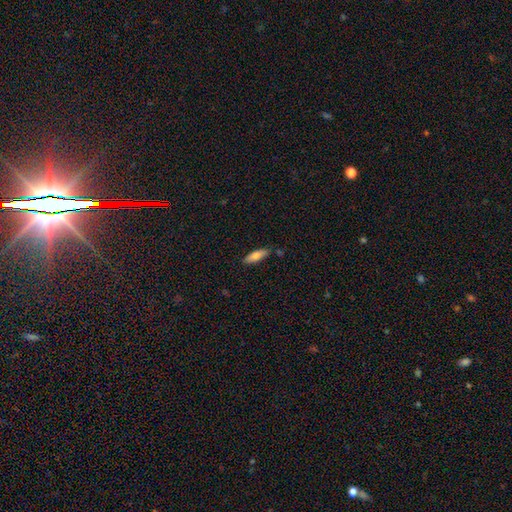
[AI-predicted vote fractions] Morphology: type=smooth (71%); roundness=in between (53%); merging=none (81%).